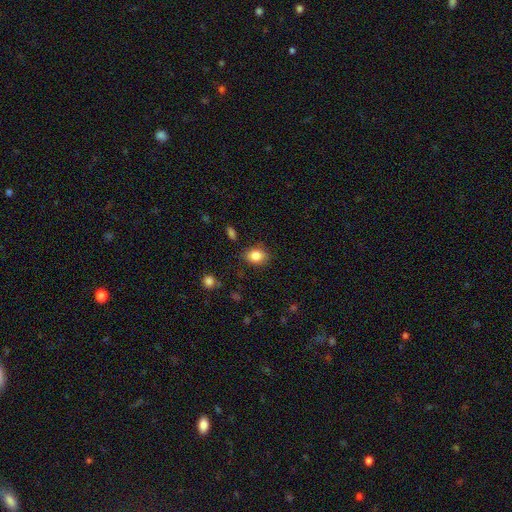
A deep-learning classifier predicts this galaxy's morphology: Smooth or featured?
  - smooth: 85% *
  - star or artifact: 9%
  - featured or disk: 6%
How rounded?
  - in between: 66% *
  - round: 33%
  - cigar-shaped: 1%
Merging?
  - none: 81% *
  - minor disturbance: 13%
  - major disturbance: 3%
  - merger: 2%